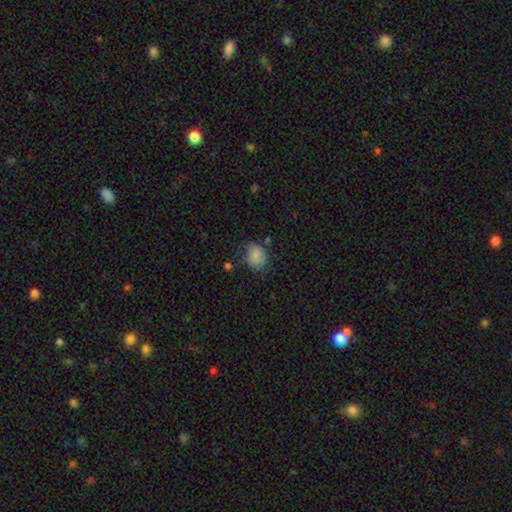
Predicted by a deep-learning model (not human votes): Smooth or featured? smooth (82%)
How rounded? in between (53%)
Merging? none (63%)